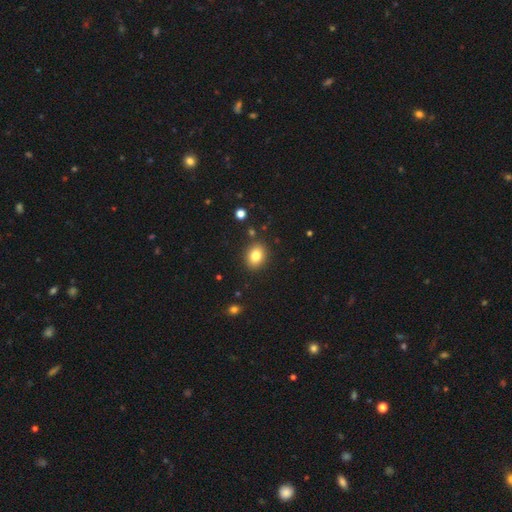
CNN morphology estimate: Smooth or featured: smooth — 82% (star or artifact — 10%)
How rounded: in between — 57% (round — 42%)
Merging: none — 88% (minor disturbance — 8%)